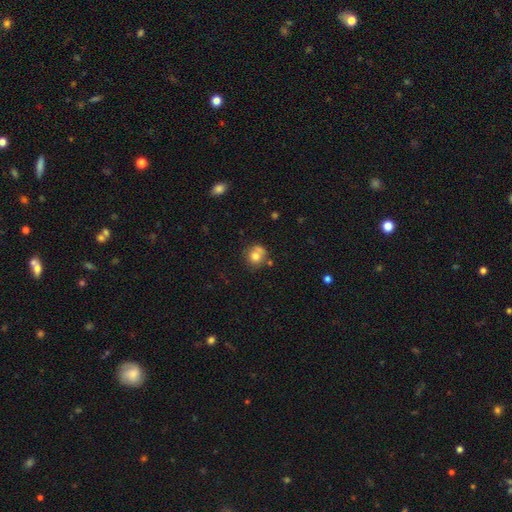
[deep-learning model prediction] Smooth or featured? Predicted: smooth (p=0.74). How rounded? Predicted: round (p=0.82). Merging? Predicted: none (p=0.51).